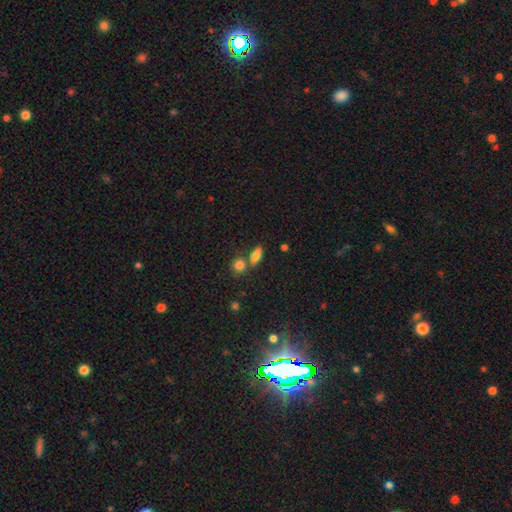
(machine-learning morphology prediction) Q: Smooth or featured?
A: smooth (78%); runner-up: featured or disk (12%)
Q: How rounded?
A: in between (76%); runner-up: cigar-shaped (14%)
Q: Merging?
A: none (61%); runner-up: merger (24%)